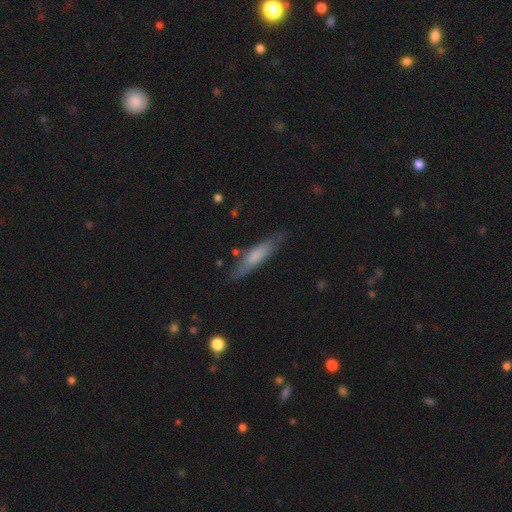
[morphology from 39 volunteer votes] Smooth or featured? smooth (59%)
How rounded? cigar-shaped (61%)
Merging? none (81%)